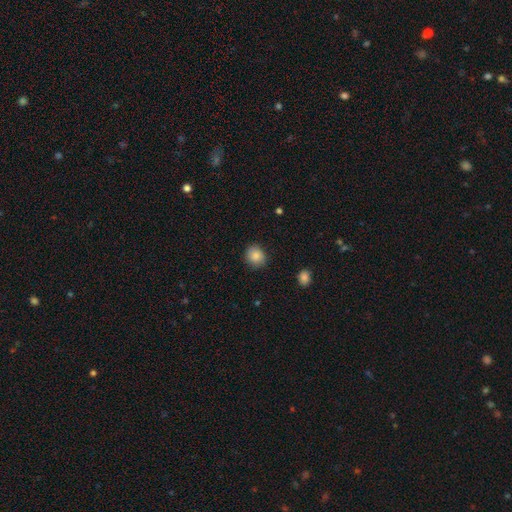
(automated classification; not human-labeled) Smooth or featured?
  - smooth: 87% *
  - star or artifact: 8%
  - featured or disk: 5%
How rounded?
  - round: 78% *
  - in between: 21%
  - cigar-shaped: 1%
Merging?
  - none: 86% *
  - minor disturbance: 11%
  - major disturbance: 2%
  - merger: 1%